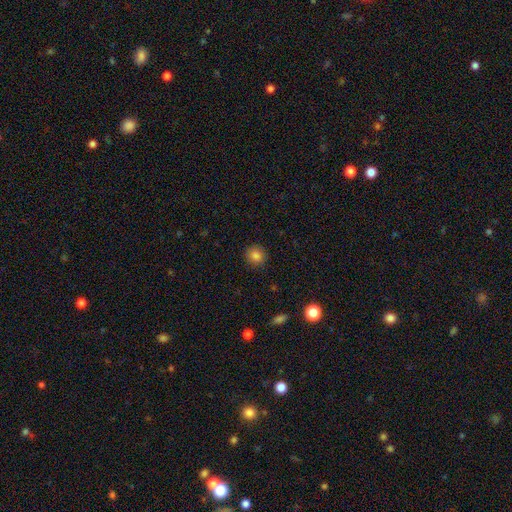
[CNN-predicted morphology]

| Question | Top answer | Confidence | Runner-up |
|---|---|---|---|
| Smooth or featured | smooth | 84% | star or artifact (11%) |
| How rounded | round | 90% | in between (9%) |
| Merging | none | 90% | minor disturbance (7%) |